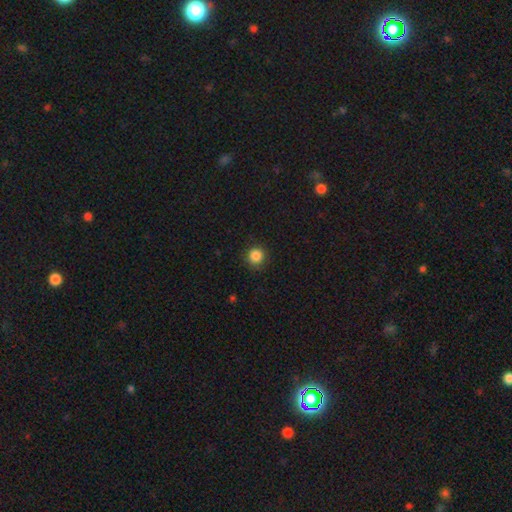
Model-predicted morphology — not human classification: Smooth or featured? smooth (86%)
How rounded? round (93%)
Merging? none (90%)